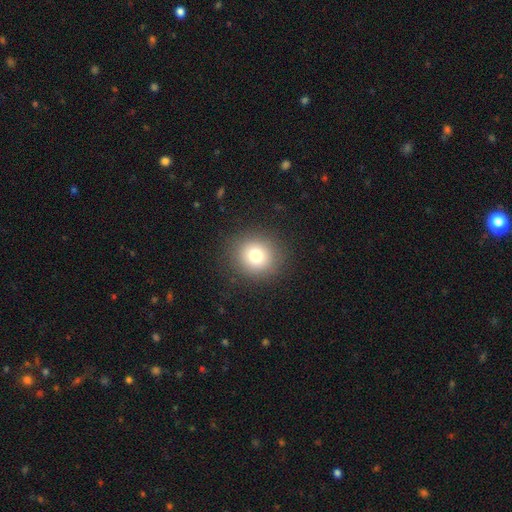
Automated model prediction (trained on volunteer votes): A smooth galaxy with no disk features (76%) that is round (90%).

Vote fractions:
- Smooth or featured? smooth: 76% / star or artifact: 13% / featured or disk: 11%
- How rounded? round: 90% / in between: 10% / cigar-shaped: 1%
- Merging? none: 89% / minor disturbance: 7% / major disturbance: 3% / merger: 1%